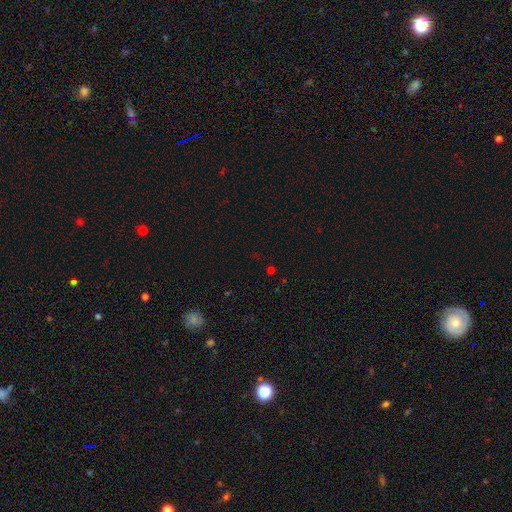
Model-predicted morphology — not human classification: Smooth or featured: star or artifact — 62% (smooth — 31%)